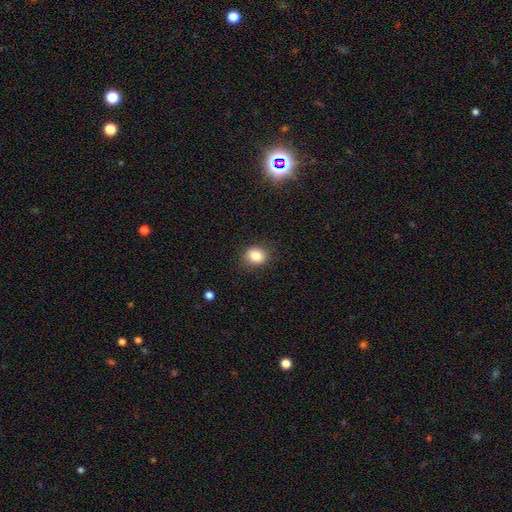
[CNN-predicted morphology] The model was most divided on "how rounded": round: 60%, in between: 39%, cigar-shaped: 1%. More confident: merging — none (87%); smooth or featured — smooth (84%).